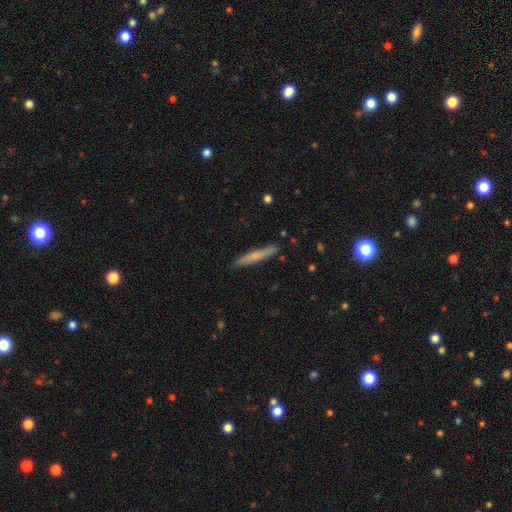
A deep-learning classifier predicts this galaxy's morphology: Q: Smooth or featured?
A: smooth (63%); runner-up: featured or disk (31%)
Q: How rounded?
A: cigar-shaped (95%); runner-up: in between (4%)
Q: Merging?
A: none (87%); runner-up: minor disturbance (10%)